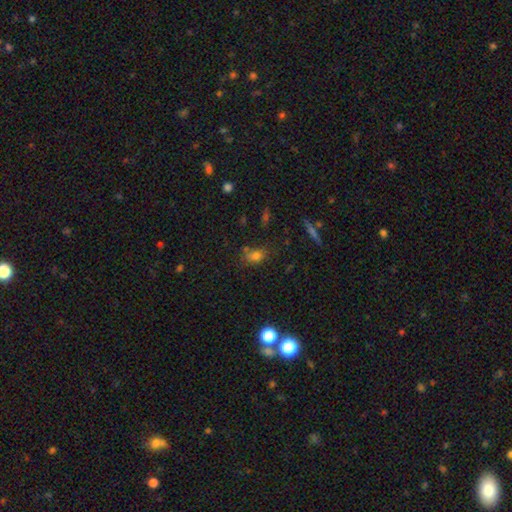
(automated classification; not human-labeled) Overall: smooth (71%). How rounded: in between (72%). Merging: none (62%).